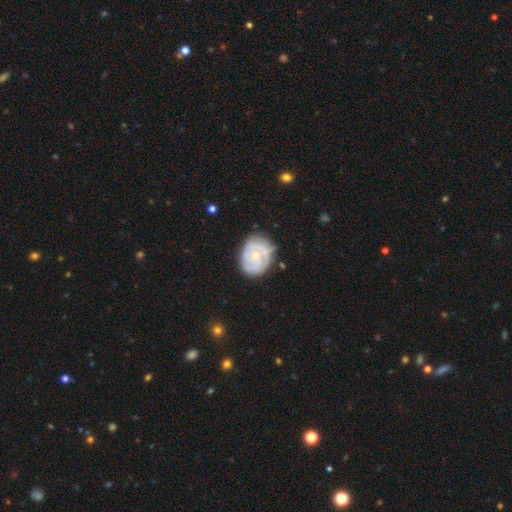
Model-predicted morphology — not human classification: A featured or disk galaxy (78%) with no bar (75%), 2 (33%) tight (70%) spiral arms (90%) and a small central bulge (66%). Merging: none (72%).